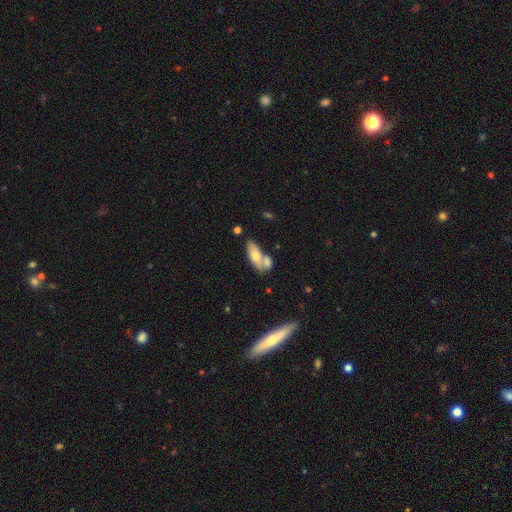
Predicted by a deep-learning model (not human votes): This appears to be a smooth galaxy with no disk features (65%) that is in between round and cigar-shaped (78%). Merging: merger (44%).